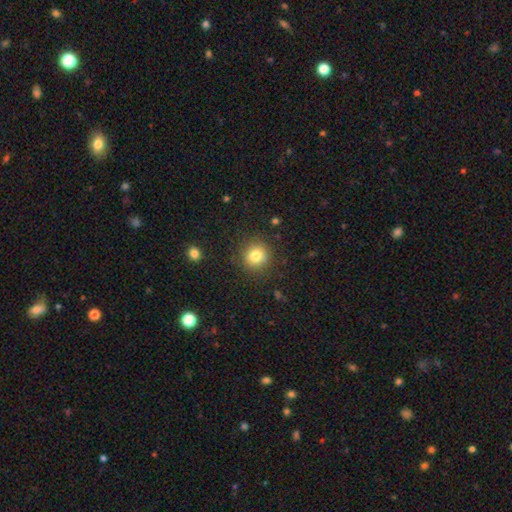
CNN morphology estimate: smooth_or_featured: smooth (p=0.80) [alt: star or artifact p=0.12]
how_rounded: round (p=0.91) [alt: in between p=0.08]
merging: none (p=0.88) [alt: minor disturbance p=0.08]